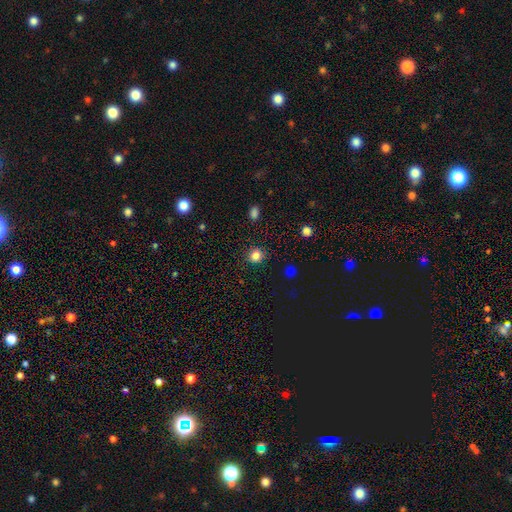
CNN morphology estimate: Smooth or featured? smooth (83%)
How rounded? round (83%)
Merging? none (88%)